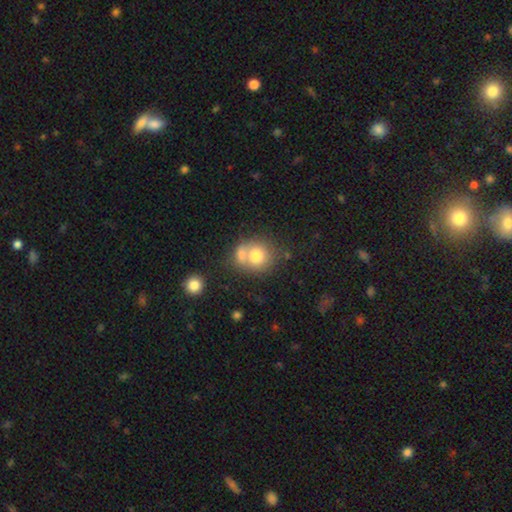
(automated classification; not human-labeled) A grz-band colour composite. It shows a smooth galaxy with no disk features (73%) that is round (80%). Merging: merger (48%).